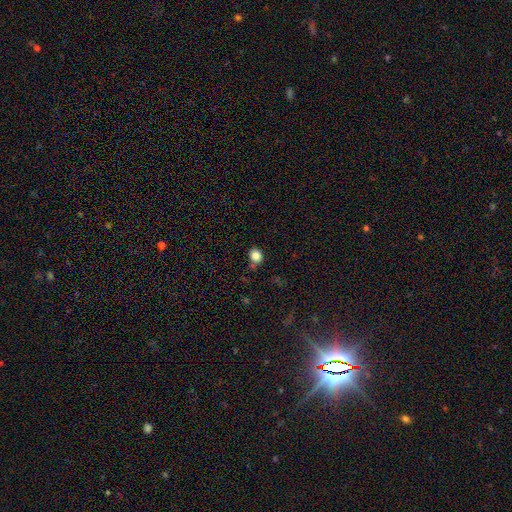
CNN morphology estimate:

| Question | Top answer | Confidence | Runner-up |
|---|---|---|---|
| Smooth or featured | smooth | 84% | star or artifact (11%) |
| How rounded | round | 73% | in between (26%) |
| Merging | none | 74% | minor disturbance (15%) |